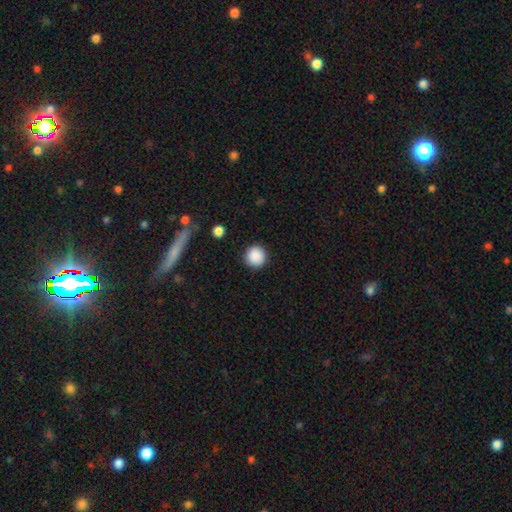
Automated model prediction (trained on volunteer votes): Smooth or featured? Predicted: smooth (p=0.89). How rounded? Predicted: round (p=0.95). Merging? Predicted: none (p=0.91).